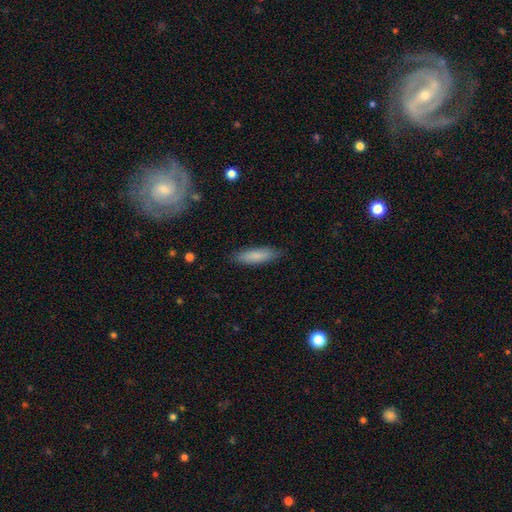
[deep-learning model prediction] smooth_or_featured: smooth (p=0.82) [alt: featured or disk p=0.12]
how_rounded: cigar-shaped (p=0.62) [alt: in between p=0.36]
merging: none (p=0.86) [alt: minor disturbance p=0.10]